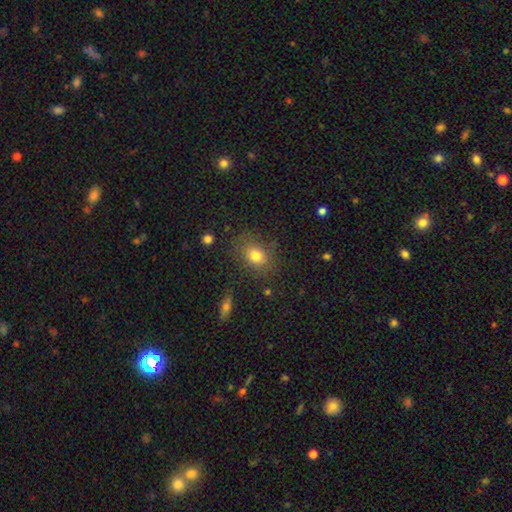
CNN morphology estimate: This appears to be a smooth galaxy with no disk features (77%) that is in between round and cigar-shaped (55%). Merging: none (77%).